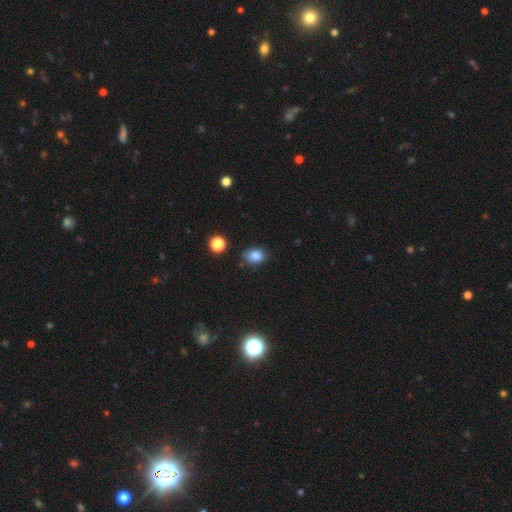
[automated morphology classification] Smooth or featured? Predicted: smooth (p=0.84). How rounded? Predicted: in between (p=0.67). Merging? Predicted: none (p=0.74).